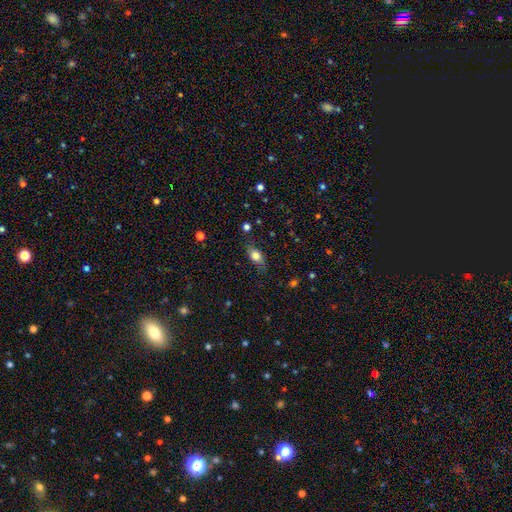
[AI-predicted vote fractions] Smooth or featured? smooth (75%)
How rounded? in between (79%)
Merging? none (73%)